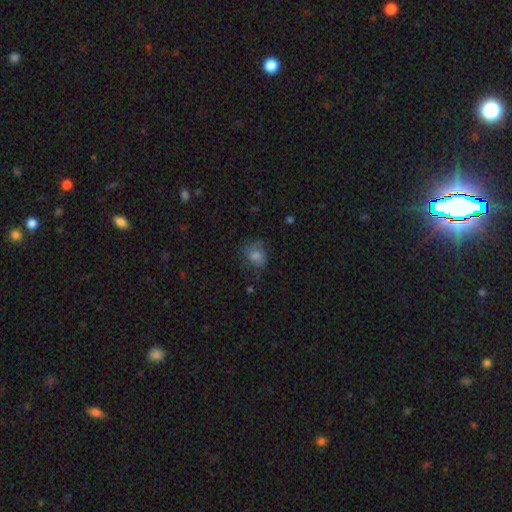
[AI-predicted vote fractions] Smooth or featured?
  - smooth: 65% *
  - featured or disk: 19%
  - star or artifact: 16%
How rounded?
  - in between: 51% *
  - round: 48%
  - cigar-shaped: 1%
Merging?
  - none: 55% *
  - minor disturbance: 26%
  - major disturbance: 16%
  - merger: 2%